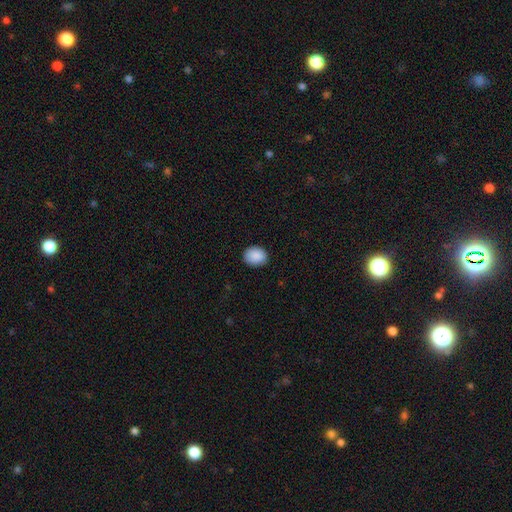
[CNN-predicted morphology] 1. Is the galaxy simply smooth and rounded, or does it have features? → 90% smooth, 7% star or artifact, 3% featured or disk.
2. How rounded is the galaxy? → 51% round, 49% in between, 1% cigar-shaped.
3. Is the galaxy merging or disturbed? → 87% none, 10% minor disturbance, 2% major disturbance, 1% merger.